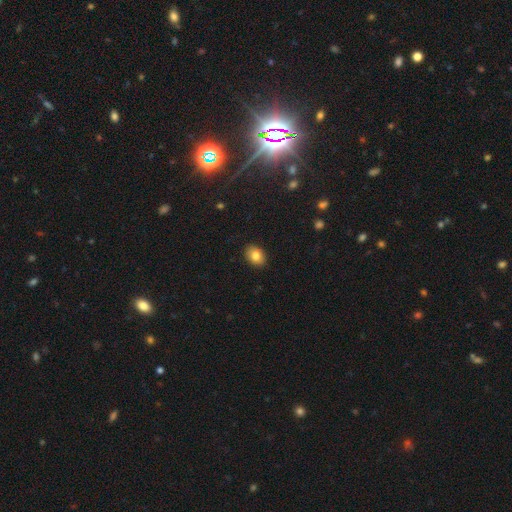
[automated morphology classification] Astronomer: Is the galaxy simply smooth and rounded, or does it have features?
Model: smooth — 83%.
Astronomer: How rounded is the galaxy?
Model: in between — 72%.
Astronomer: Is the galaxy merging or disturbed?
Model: none — 90%.